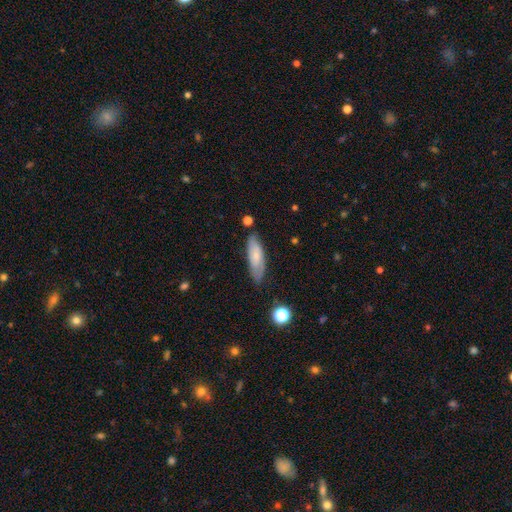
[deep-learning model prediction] This is likely a smooth galaxy (67%). How rounded: possibly in between (55%). Merging: likely none (74%).